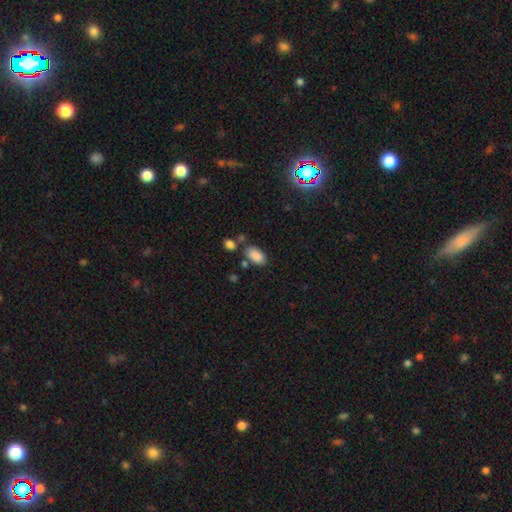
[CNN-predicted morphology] Smooth or featured? smooth (88%)
How rounded? in between (94%)
Merging? none (69%)